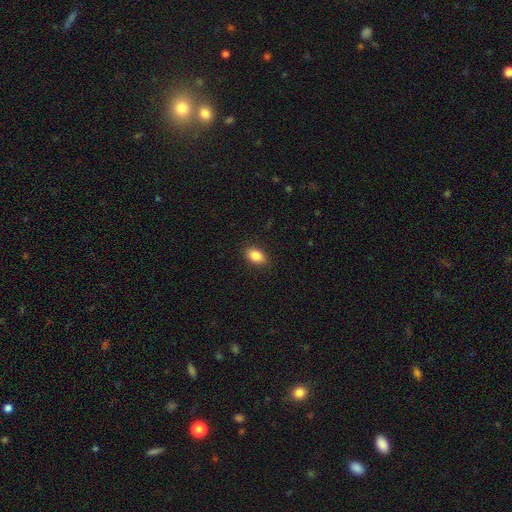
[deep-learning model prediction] Smooth or featured? Predicted: smooth (p=0.86). How rounded? Predicted: in between (p=0.86). Merging? Predicted: none (p=0.88).